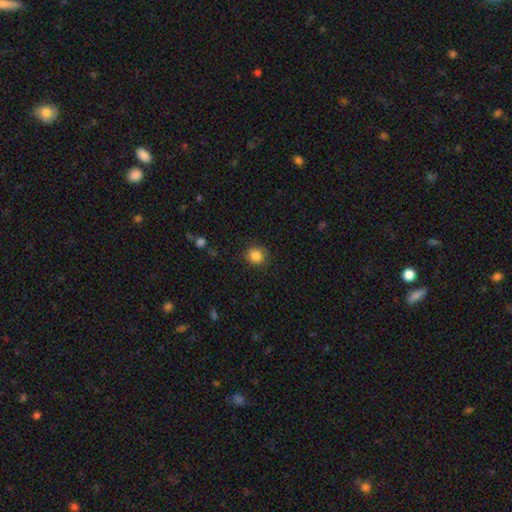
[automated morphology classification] type=smooth (85%); roundness=round (85%); merging=none (87%).